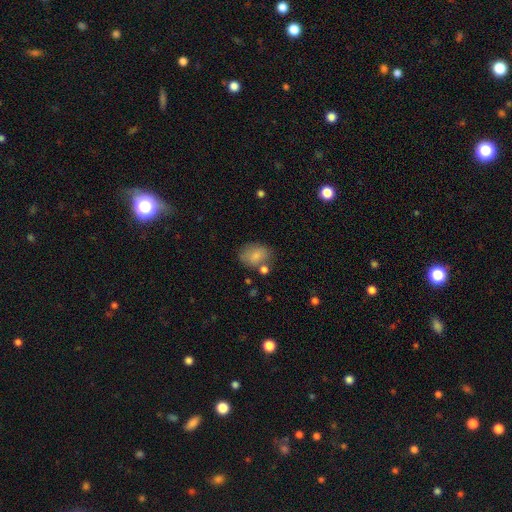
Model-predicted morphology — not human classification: Smooth or featured? smooth (80%)
How rounded? in between (67%)
Merging? none (64%)